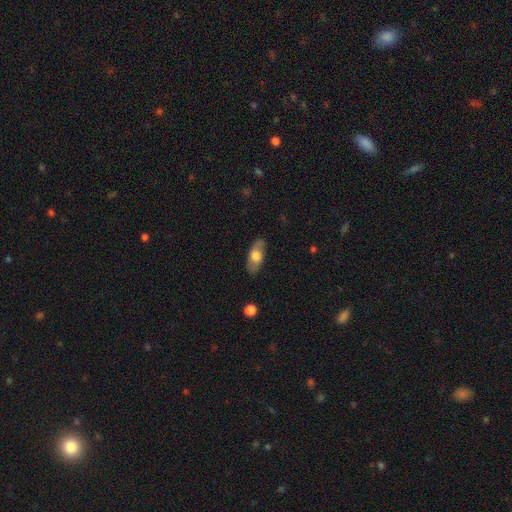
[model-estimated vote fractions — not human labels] Overall: smooth (62%; featured or disk 31%). How rounded: in between (83%). Merging: none (78%).